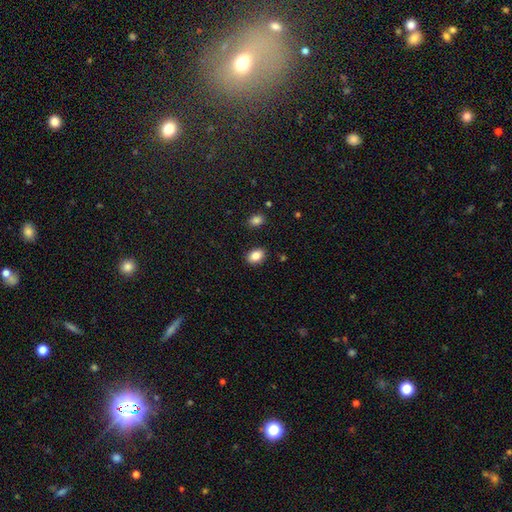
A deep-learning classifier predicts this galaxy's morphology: smooth 87%, star or artifact 8%, featured or disk 5%. Down the decision tree: how rounded — in between (82%); merging — none (86%).